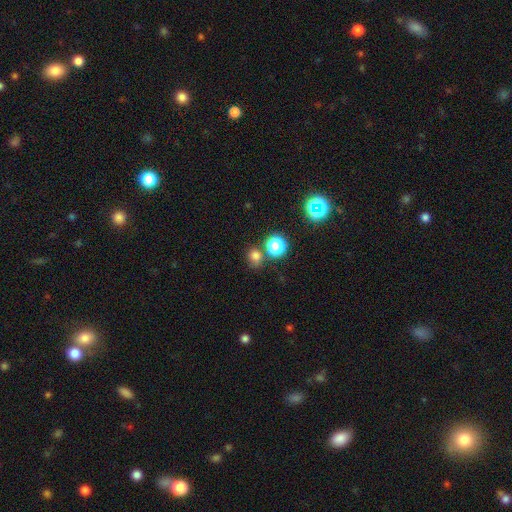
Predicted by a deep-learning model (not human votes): Morphology: type=smooth (68%); roundness=round (79%); merging=none (69%).